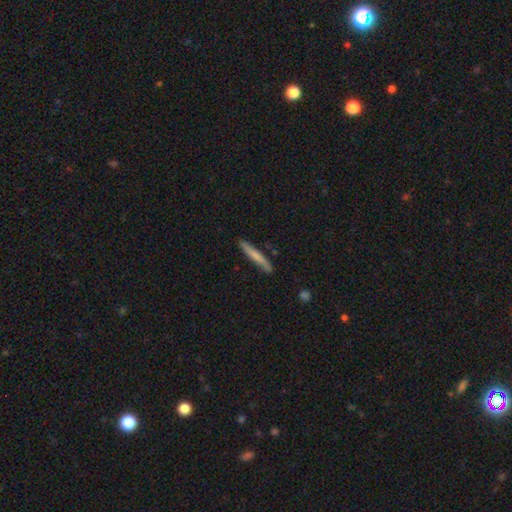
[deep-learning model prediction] smooth 66%, featured or disk 29%, star or artifact 5%. Down the decision tree: how rounded — cigar-shaped (95%); merging — none (82%).